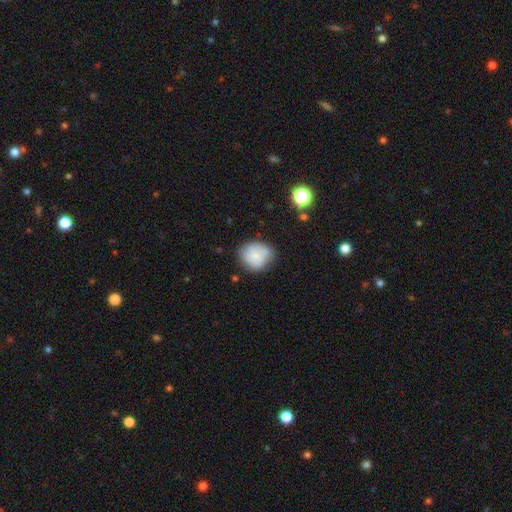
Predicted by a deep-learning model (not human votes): Smooth or featured: smooth — 69% (featured or disk — 23%)
How rounded: round — 71% (in between — 28%)
Merging: none — 63% (minor disturbance — 26%)